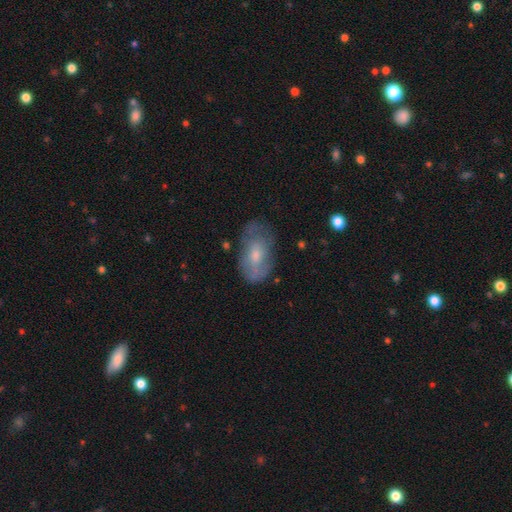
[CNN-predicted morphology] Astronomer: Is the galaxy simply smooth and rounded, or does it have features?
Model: smooth — 51% (runner-up: featured or disk, 42%).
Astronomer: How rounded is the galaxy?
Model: in between — 90%.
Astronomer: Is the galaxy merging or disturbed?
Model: none — 60%.